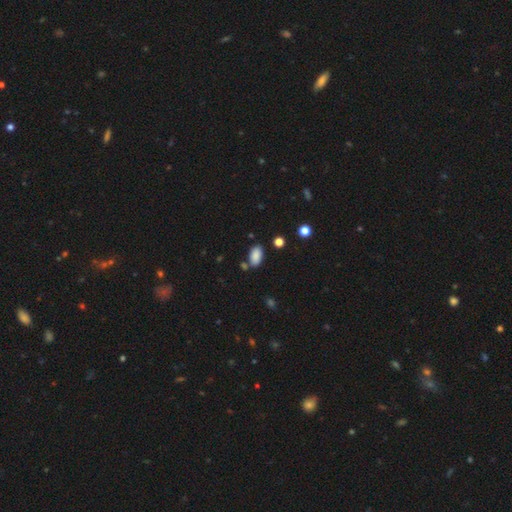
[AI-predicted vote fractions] Morphology: type=smooth (87%); roundness=in between (93%); merging=none (75%).